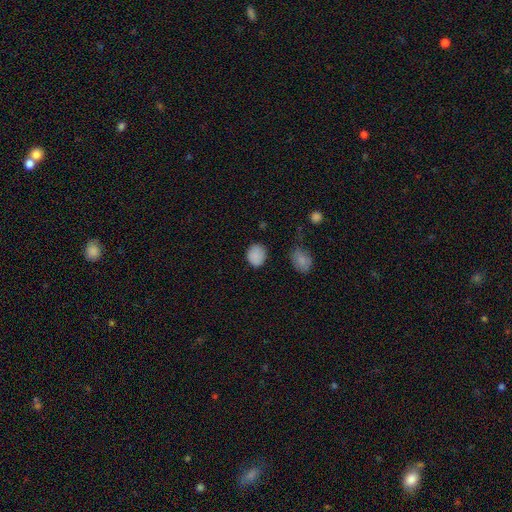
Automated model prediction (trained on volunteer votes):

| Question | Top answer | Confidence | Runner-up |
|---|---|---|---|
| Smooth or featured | smooth | 86% | star or artifact (10%) |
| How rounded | round | 61% | in between (38%) |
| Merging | none | 79% | minor disturbance (15%) |